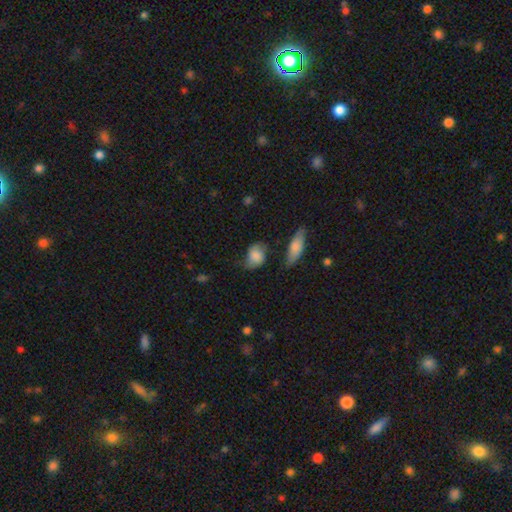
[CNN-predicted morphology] A smooth galaxy with no disk features (74%) that is in between round and cigar-shaped (65%).

Vote fractions:
- Smooth or featured? smooth: 74% / featured or disk: 19% / star or artifact: 8%
- How rounded? in between: 65% / round: 33% / cigar-shaped: 2%
- Merging? none: 54% / minor disturbance: 31% / major disturbance: 10% / merger: 5%